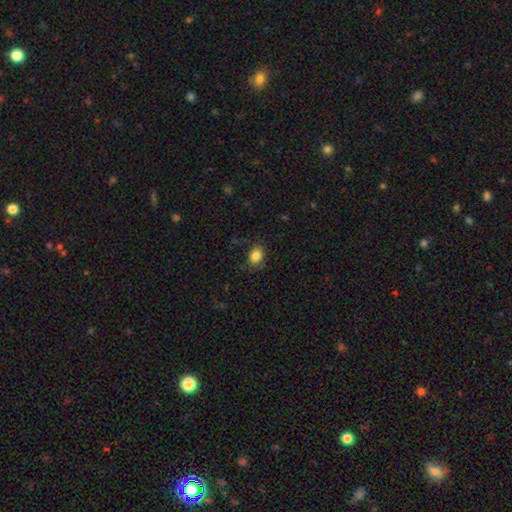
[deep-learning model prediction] Smooth or featured? Predicted: smooth (p=0.85). How rounded? Predicted: in between (p=0.64). Merging? Predicted: none (p=0.82).